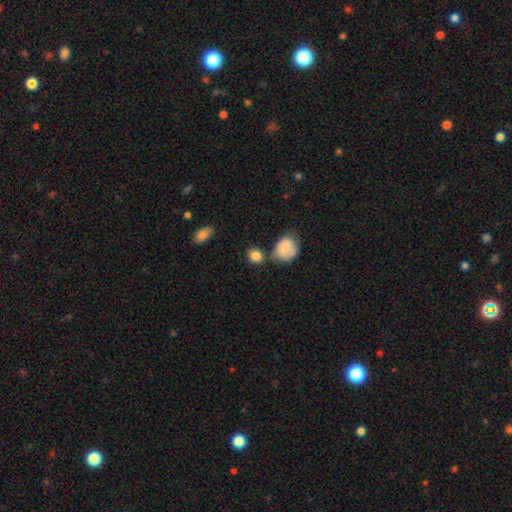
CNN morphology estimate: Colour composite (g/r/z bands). It shows a smooth galaxy with no disk features (85%) that is round (53%). Merging: none (62%).